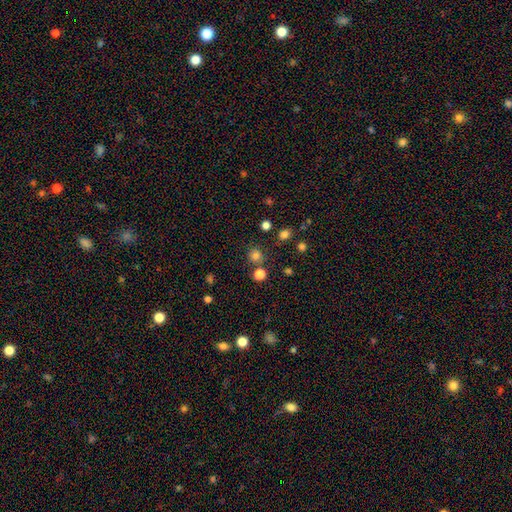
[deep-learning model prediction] This is likely a smooth galaxy (78%). How rounded: clearly round (90%). Merging: likely none (77%).